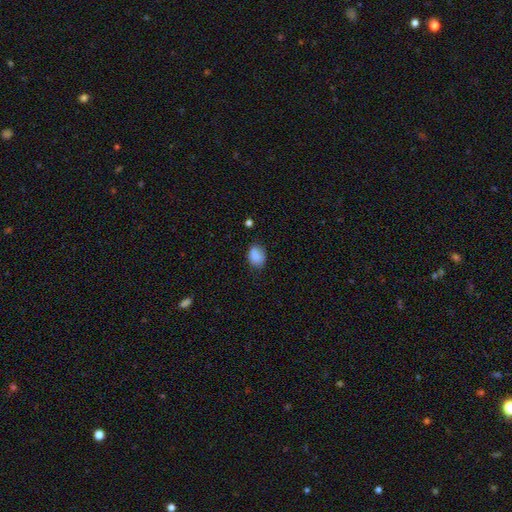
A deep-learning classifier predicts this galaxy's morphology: smooth 86%, star or artifact 8%, featured or disk 6%. Down the decision tree: how rounded — in between (72%); merging — none (69%).